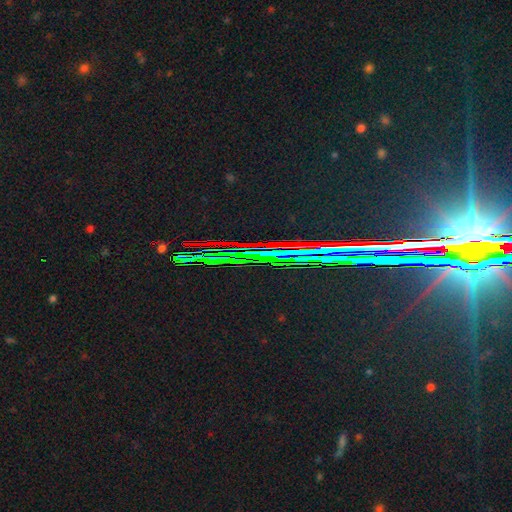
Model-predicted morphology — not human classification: A star or artifact, not a galaxy (84%).